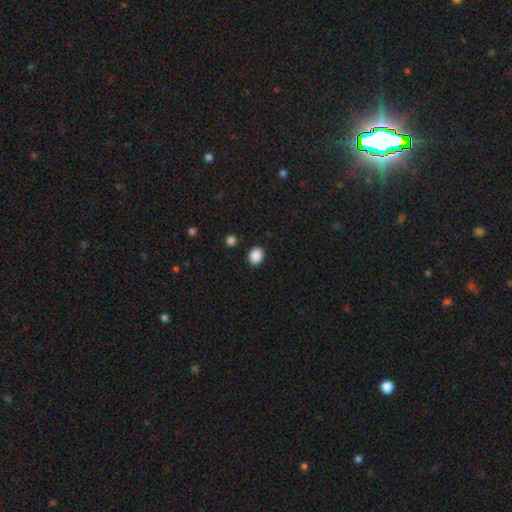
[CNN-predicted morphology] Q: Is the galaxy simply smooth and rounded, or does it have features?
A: smooth — 89%.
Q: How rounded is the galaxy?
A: round — 63%.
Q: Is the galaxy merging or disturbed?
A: none — 89%.